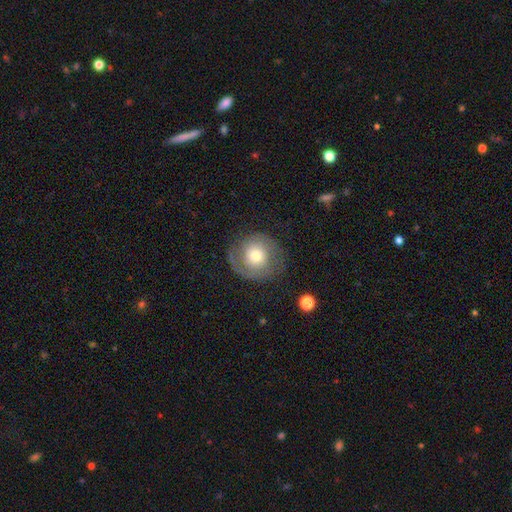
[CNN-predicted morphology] This is likely a featured or disk galaxy (61%). It is clearly not viewed edge-on (97%). Bar: likely no (80%). Spiral arm pattern: clearly yes (84%). Spiral arm count: likely 2 (75%). Spiral winding: possibly tight (49%). Central bulge: likely moderate (63%). Merging: likely none (74%).